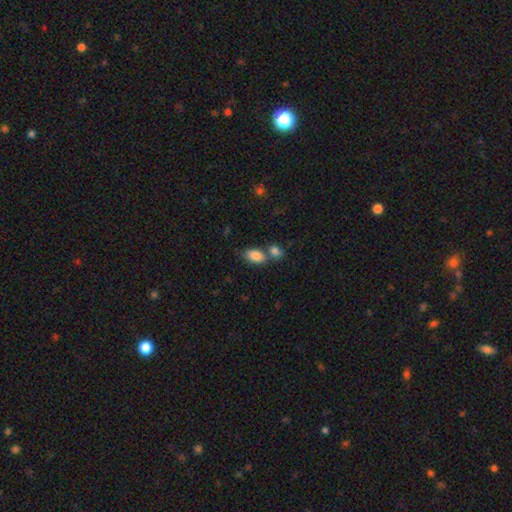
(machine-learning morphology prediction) type=smooth (86%); roundness=in between (91%); merging=none (44%).